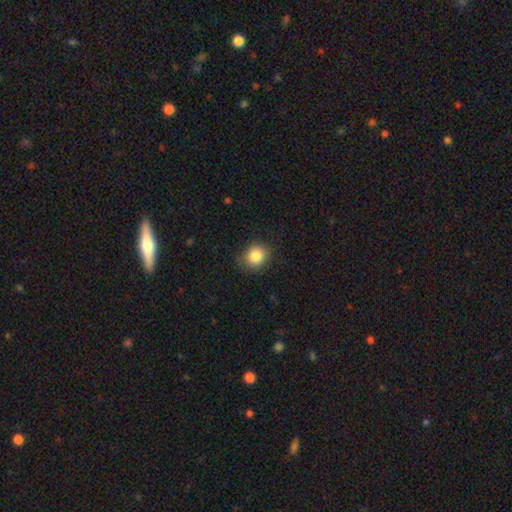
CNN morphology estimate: Smooth or featured?
  - smooth: 85% *
  - star or artifact: 10%
  - featured or disk: 6%
How rounded?
  - round: 73% *
  - in between: 26%
  - cigar-shaped: 1%
Merging?
  - none: 81% *
  - minor disturbance: 15%
  - major disturbance: 4%
  - merger: 1%